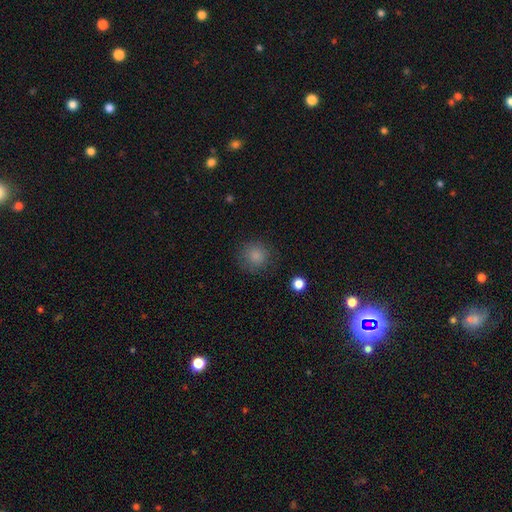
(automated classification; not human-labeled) smooth-or-featured: smooth: 85% | star or artifact: 11% | featured or disk: 5%
  how-rounded: round: 92% | in between: 7% | cigar-shaped: 1%
  merging: none: 84% | minor disturbance: 11% | major disturbance: 4% | merger: 1%